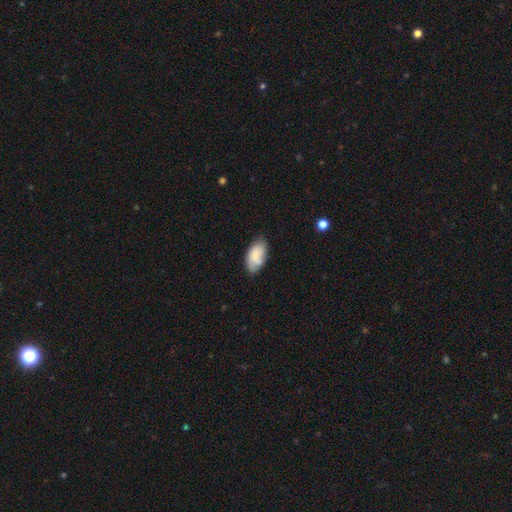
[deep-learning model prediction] smooth 71%, featured or disk 22%, star or artifact 7%. Down the decision tree: how rounded — in between (94%); merging — none (67%).